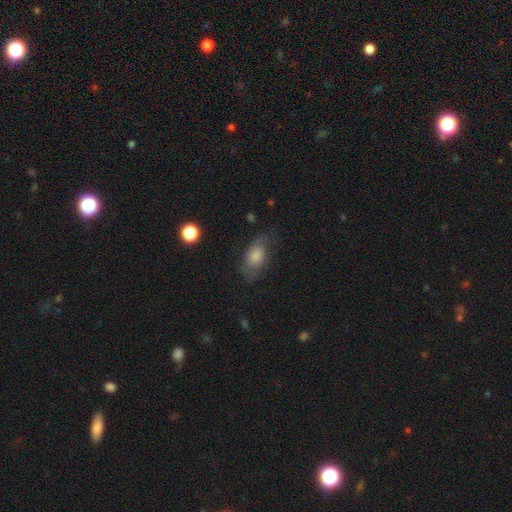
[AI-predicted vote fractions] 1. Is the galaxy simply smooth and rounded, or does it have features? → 54% smooth, 34% featured or disk, 12% star or artifact.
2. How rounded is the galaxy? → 84% in between, 10% round, 6% cigar-shaped.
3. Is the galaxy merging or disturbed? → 65% none, 23% minor disturbance, 10% major disturbance, 2% merger.